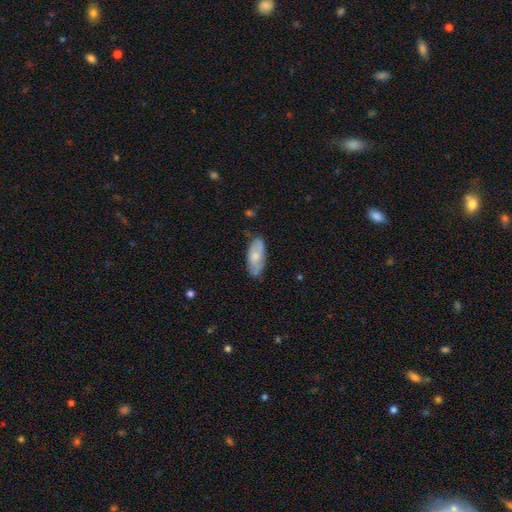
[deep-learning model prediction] The model was most divided on "smooth or featured": smooth: 63%, featured or disk: 31%, star or artifact: 6%. More confident: how rounded — in between (84%); merging — none (70%).